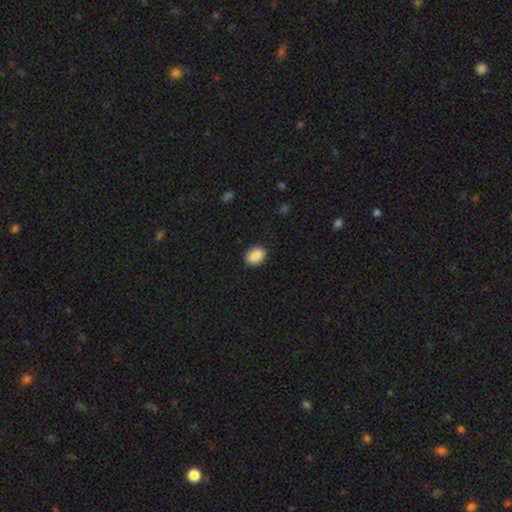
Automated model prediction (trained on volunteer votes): The model was most divided on "how rounded": in between: 74%, round: 24%, cigar-shaped: 1%. More confident: smooth or featured — smooth (88%); merging — none (86%).